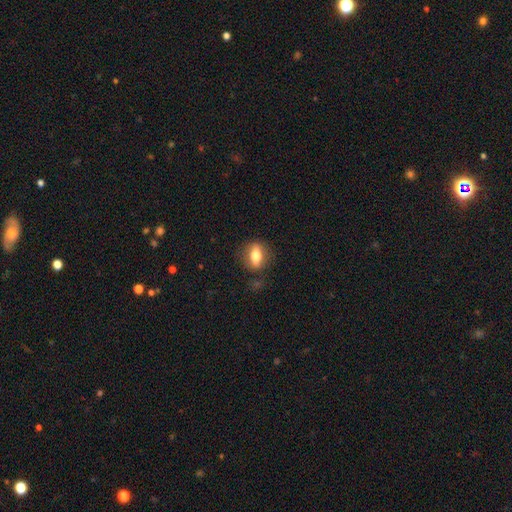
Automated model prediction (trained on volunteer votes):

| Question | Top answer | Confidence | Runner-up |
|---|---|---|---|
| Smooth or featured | smooth | 62% | featured or disk (30%) |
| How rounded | in between | 67% | round (19%) |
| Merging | none | 80% | minor disturbance (13%) |